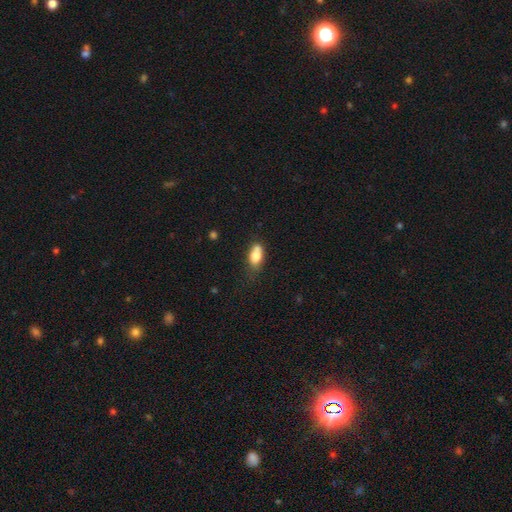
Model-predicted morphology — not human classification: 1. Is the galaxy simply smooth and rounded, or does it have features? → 75% smooth, 16% featured or disk, 9% star or artifact.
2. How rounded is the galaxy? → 80% in between, 11% round, 9% cigar-shaped.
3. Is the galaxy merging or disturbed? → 42% none, 27% merger, 24% minor disturbance, 8% major disturbance.